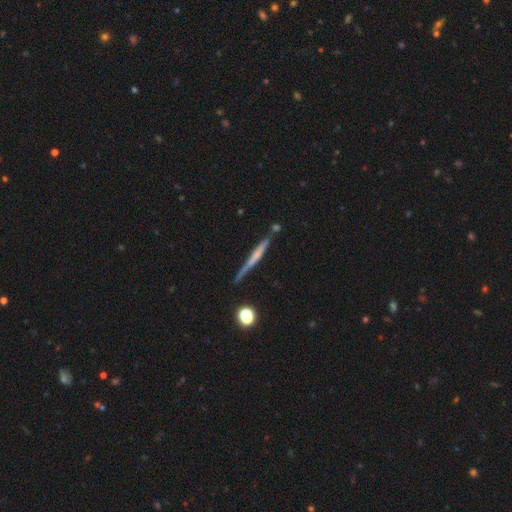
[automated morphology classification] Q: Smooth or featured?
A: featured or disk (53%); runner-up: smooth (39%)
Q: Edge-on disk?
A: yes (96%); runner-up: no (4%)
Q: Edge-on bulge?
A: none (69%); runner-up: rounded (18%)
Q: Merging?
A: none (78%); runner-up: minor disturbance (14%)